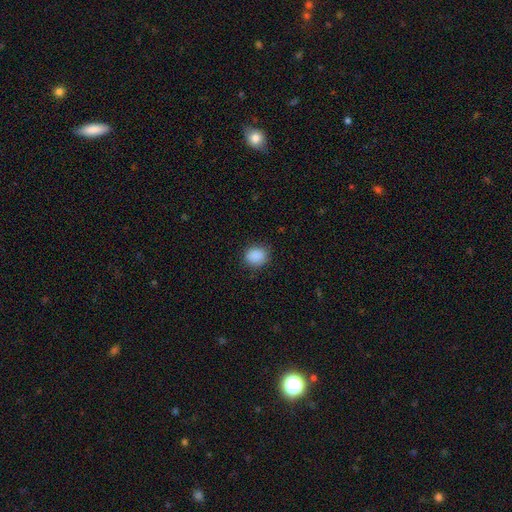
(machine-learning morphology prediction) Q: Smooth or featured?
A: smooth (89%); runner-up: star or artifact (9%)
Q: How rounded?
A: round (62%); runner-up: in between (37%)
Q: Merging?
A: none (86%); runner-up: minor disturbance (10%)